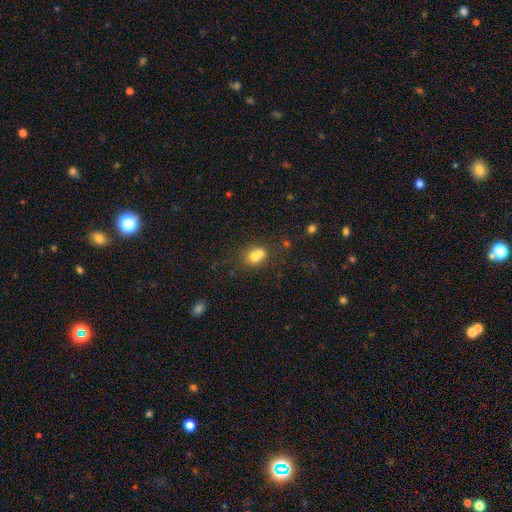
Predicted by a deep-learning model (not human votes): A smooth galaxy with no disk features (69%) that is round (64%).

Vote fractions:
- Smooth or featured? smooth: 69% / featured or disk: 18% / star or artifact: 13%
- How rounded? round: 64% / in between: 35% / cigar-shaped: 1%
- Merging? merger: 56% / none: 33% / minor disturbance: 8% / major disturbance: 4%